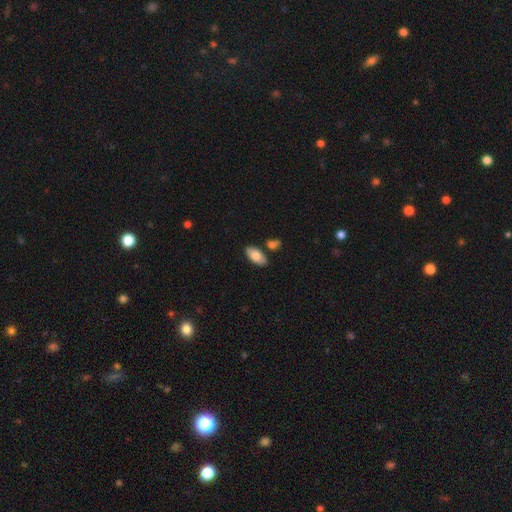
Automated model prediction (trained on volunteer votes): Smooth or featured: smooth — 78% (featured or disk — 16%)
How rounded: in between — 93% (cigar-shaped — 5%)
Merging: none — 80% (minor disturbance — 10%)